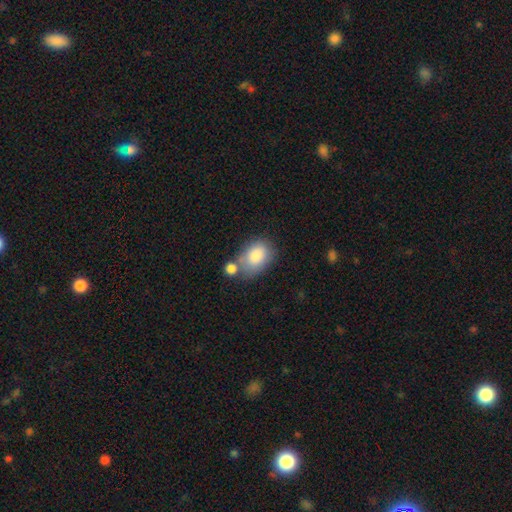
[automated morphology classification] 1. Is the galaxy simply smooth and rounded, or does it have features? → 84% smooth, 9% featured or disk, 7% star or artifact.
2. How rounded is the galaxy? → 82% in between, 17% round, 1% cigar-shaped.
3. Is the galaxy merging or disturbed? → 50% none, 24% merger, 20% minor disturbance, 7% major disturbance.